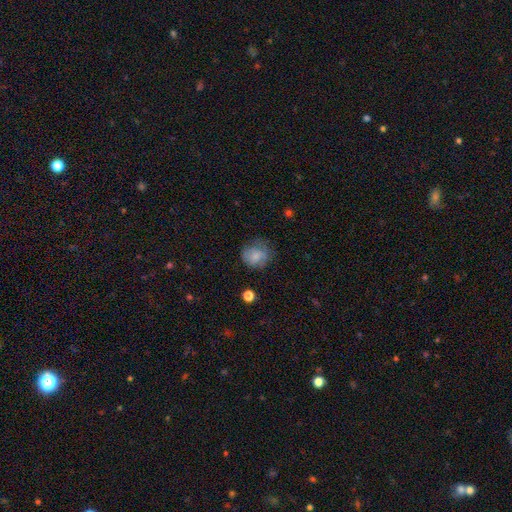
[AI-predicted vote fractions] smooth 72%, featured or disk 19%, star or artifact 9%. Down the decision tree: how rounded — round (76%); merging — none (62%).